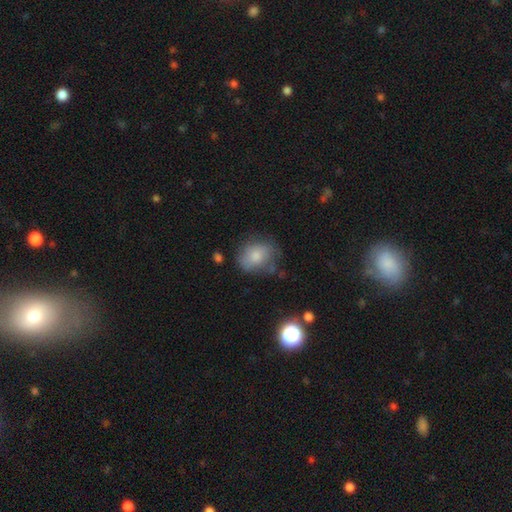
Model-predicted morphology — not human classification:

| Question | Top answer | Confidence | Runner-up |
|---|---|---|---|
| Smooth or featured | smooth | 76% | featured or disk (16%) |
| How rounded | round | 54% | in between (45%) |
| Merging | none | 62% | minor disturbance (25%) |